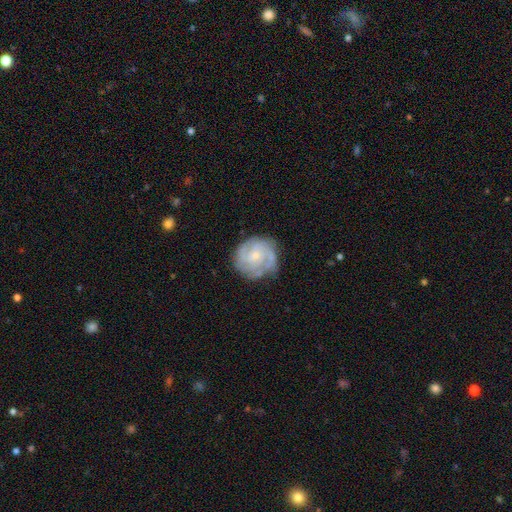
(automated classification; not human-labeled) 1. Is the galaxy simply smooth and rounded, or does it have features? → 81% featured or disk, 14% smooth, 5% star or artifact.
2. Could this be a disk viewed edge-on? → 98% no, 2% yes.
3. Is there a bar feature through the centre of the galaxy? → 67% no, 28% weak, 4% strong.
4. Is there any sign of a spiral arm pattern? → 94% yes, 6% no.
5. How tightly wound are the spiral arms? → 62% tight, 31% medium, 7% loose.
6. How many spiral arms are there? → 30% 3, 27% 2, 24% can't tell, 9% 4, 5% 1, 5% more than 4.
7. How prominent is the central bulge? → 70% small, 23% moderate, 4% none, 1% large, 1% dominant.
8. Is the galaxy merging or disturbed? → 73% none, 18% minor disturbance, 6% major disturbance, 2% merger.